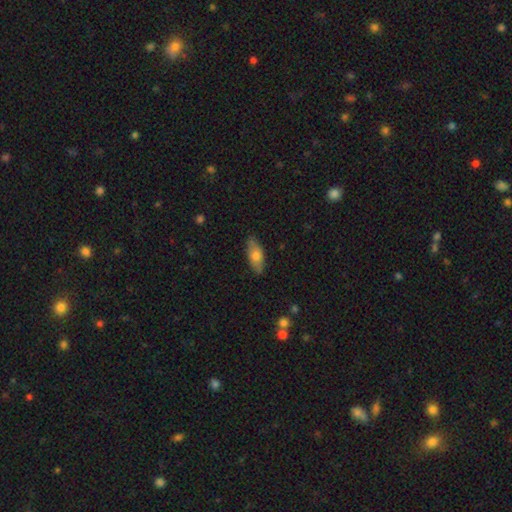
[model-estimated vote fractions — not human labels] smooth-or-featured: smooth: 67% | featured or disk: 26% | star or artifact: 7%
  how-rounded: in between: 79% | cigar-shaped: 18% | round: 3%
  merging: none: 83% | minor disturbance: 14% | major disturbance: 2% | merger: 1%